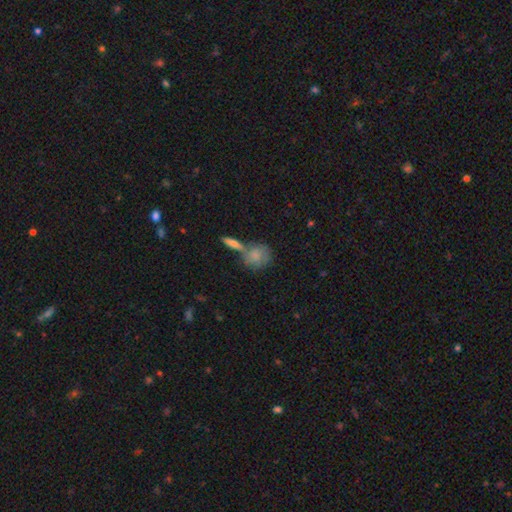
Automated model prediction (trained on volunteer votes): smooth_or_featured: smooth (p=0.73) [alt: featured or disk p=0.20]
how_rounded: round (p=0.66) [alt: in between p=0.29]
merging: none (p=0.45) [alt: merger p=0.35]